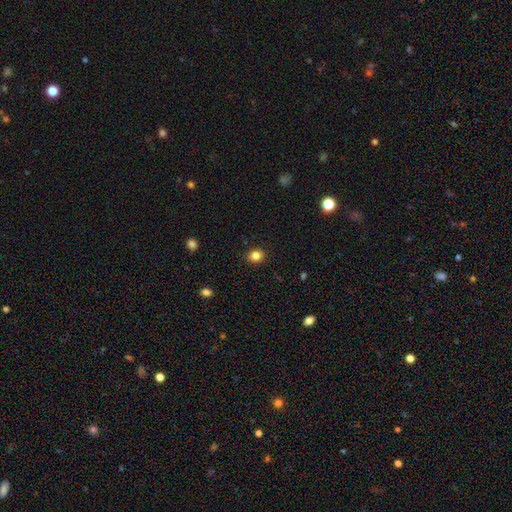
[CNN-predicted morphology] Smooth or featured?
  - smooth: 85% *
  - star or artifact: 11%
  - featured or disk: 4%
How rounded?
  - round: 70% *
  - in between: 30%
  - cigar-shaped: 1%
Merging?
  - none: 90% *
  - minor disturbance: 7%
  - major disturbance: 2%
  - merger: 1%